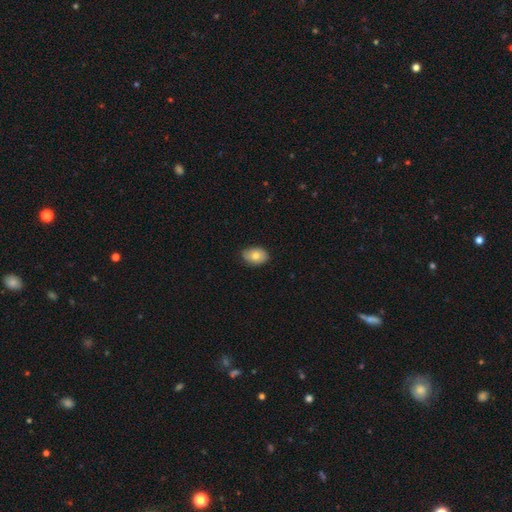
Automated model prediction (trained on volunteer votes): smooth-or-featured: smooth: 75% | featured or disk: 17% | star or artifact: 7%
  how-rounded: in between: 80% | round: 19% | cigar-shaped: 1%
  merging: none: 76% | minor disturbance: 21% | major disturbance: 3% | merger: 1%